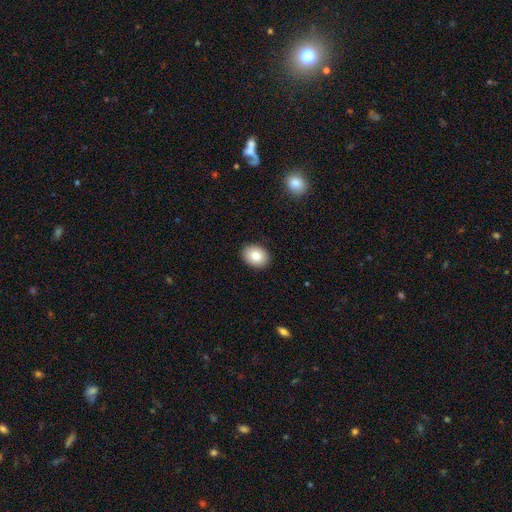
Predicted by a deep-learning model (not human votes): smooth_or_featured: smooth (p=0.82) [alt: featured or disk p=0.10]
how_rounded: in between (p=0.58) [alt: round p=0.41]
merging: none (p=0.90) [alt: minor disturbance p=0.07]